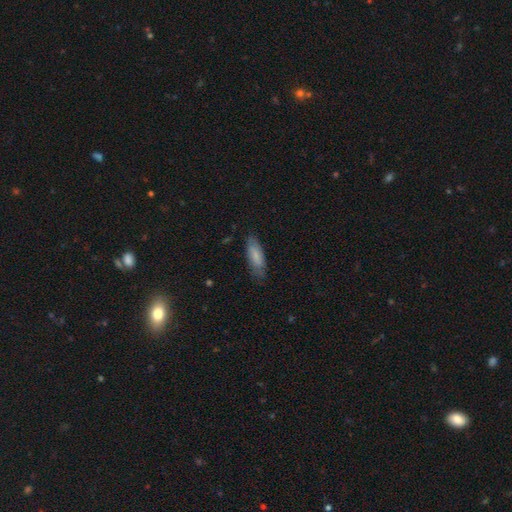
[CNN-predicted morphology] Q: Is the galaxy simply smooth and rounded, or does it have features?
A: smooth — 76%.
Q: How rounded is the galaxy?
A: in between — 66%.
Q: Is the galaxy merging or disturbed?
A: none — 73%.